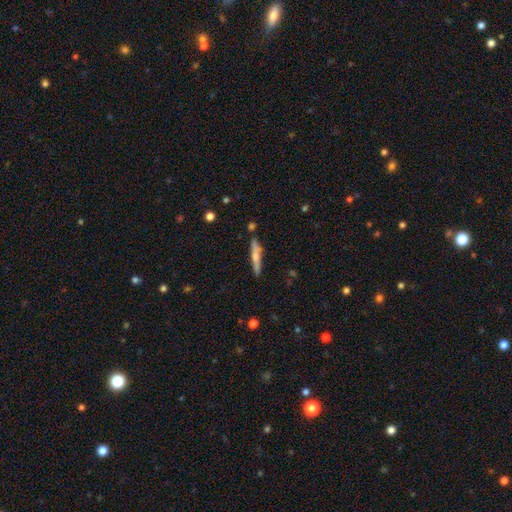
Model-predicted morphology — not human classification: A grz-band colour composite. It shows a smooth galaxy with no disk features (53%) that is cigar-shaped (92%). Merging: none (82%).